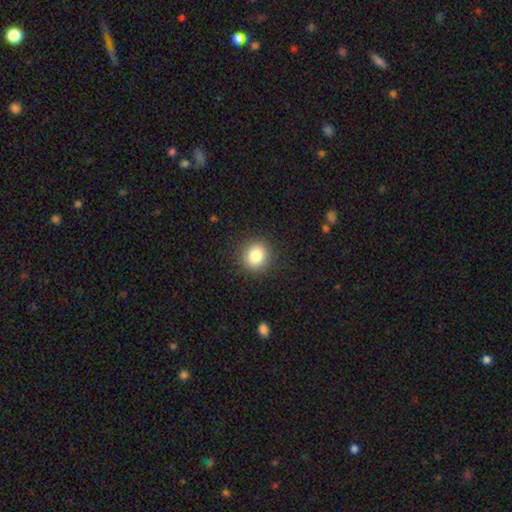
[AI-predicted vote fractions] Smooth or featured: smooth — 83% (star or artifact — 10%)
How rounded: round — 83% (in between — 16%)
Merging: none — 90% (minor disturbance — 7%)